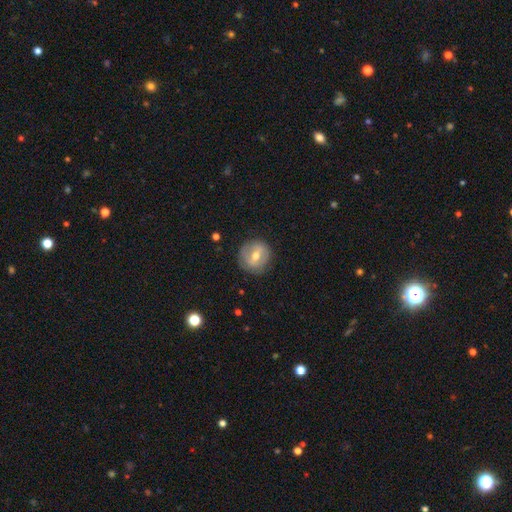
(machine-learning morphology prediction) This is possibly a featured or disk galaxy (53%). It is clearly not viewed edge-on (94%). Merging: clearly none (81%).